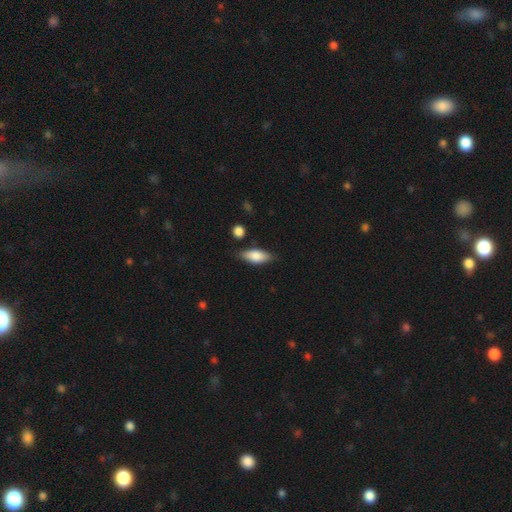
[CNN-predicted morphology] Smooth or featured? Predicted: smooth (p=0.77). How rounded? Predicted: in between (p=0.79). Merging? Predicted: none (p=0.79).